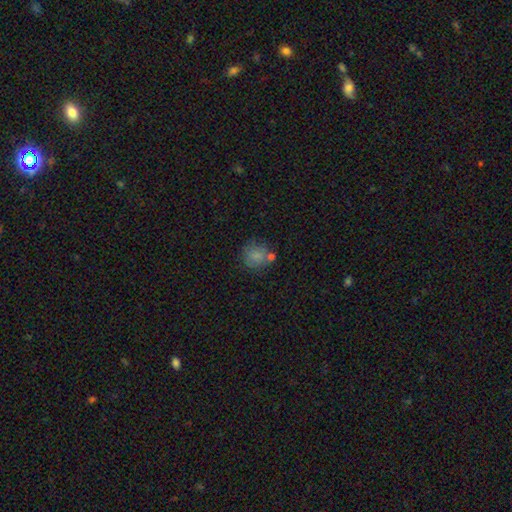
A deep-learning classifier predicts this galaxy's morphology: This is likely a smooth galaxy (77%). How rounded: clearly round (85%). Merging: likely none (60%).